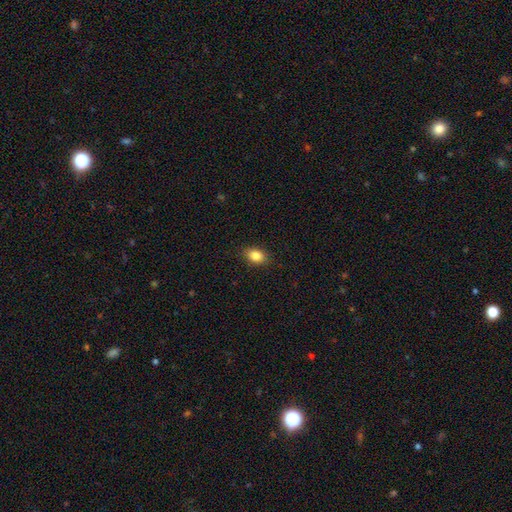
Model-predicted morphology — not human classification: smooth 85%, star or artifact 9%, featured or disk 6%. Down the decision tree: how rounded — in between (73%); merging — none (88%).